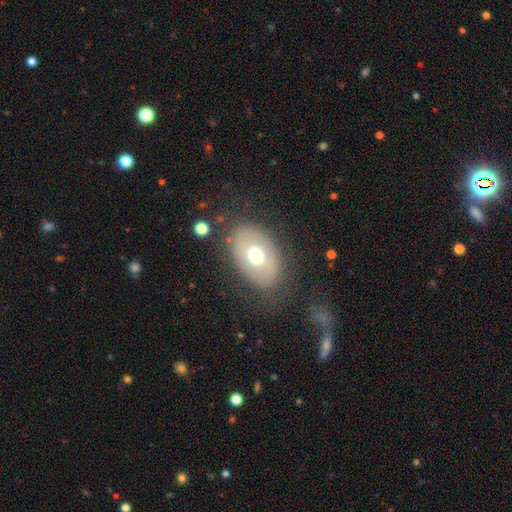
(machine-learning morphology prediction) This appears to be a smooth galaxy with no disk features (61%) that is in between round and cigar-shaped (81%). Merging: none (78%).